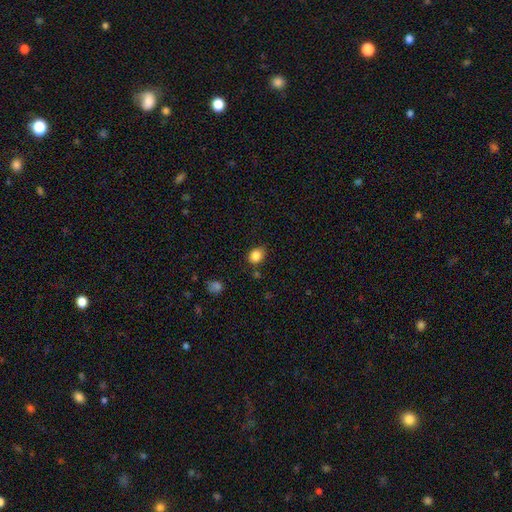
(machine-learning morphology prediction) The model was most divided on "how rounded": round: 52%, in between: 47%, cigar-shaped: 1%. More confident: smooth or featured — smooth (85%); merging — none (77%).